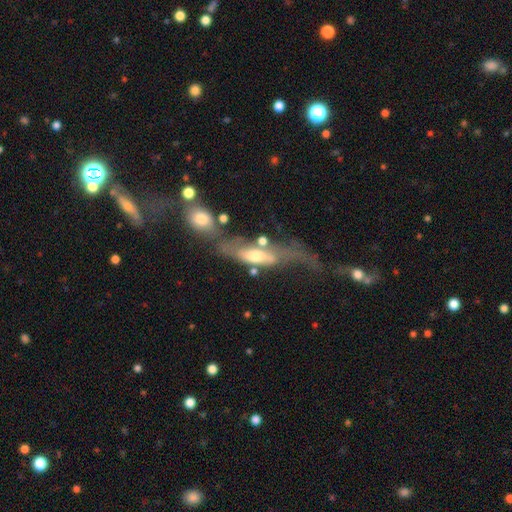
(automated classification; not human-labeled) Smooth or featured?
  - featured or disk: 54% *
  - smooth: 38%
  - star or artifact: 8%
Edge-on disk?
  - no: 64% *
  - yes: 36%
Merging?
  - major disturbance: 36% *
  - merger: 30%
  - none: 19%
  - minor disturbance: 15%